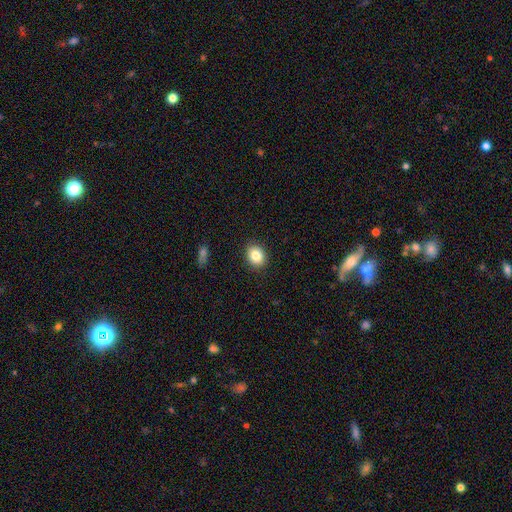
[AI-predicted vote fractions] A smooth galaxy with no disk features (84%) that is round (52%).

Vote fractions:
- Smooth or featured? smooth: 84% / star or artifact: 9% / featured or disk: 7%
- How rounded? round: 52% / in between: 47% / cigar-shaped: 1%
- Merging? none: 90% / minor disturbance: 7% / major disturbance: 2% / merger: 1%